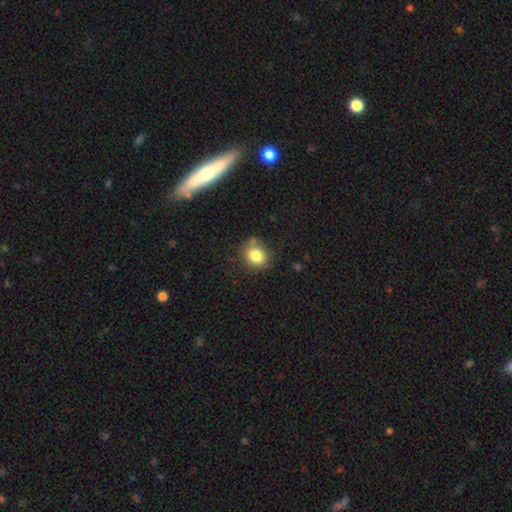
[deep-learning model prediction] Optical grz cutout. It shows a smooth galaxy with no disk features (82%) that is round (69%). Merging: none (74%).